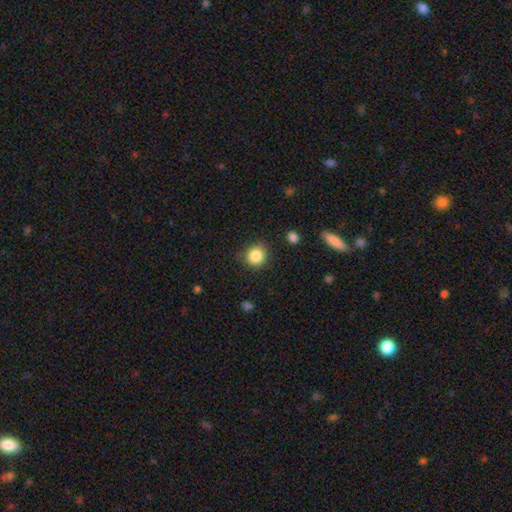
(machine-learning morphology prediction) Q: Smooth or featured?
A: smooth (85%); runner-up: star or artifact (10%)
Q: How rounded?
A: round (88%); runner-up: in between (11%)
Q: Merging?
A: none (82%); runner-up: minor disturbance (12%)